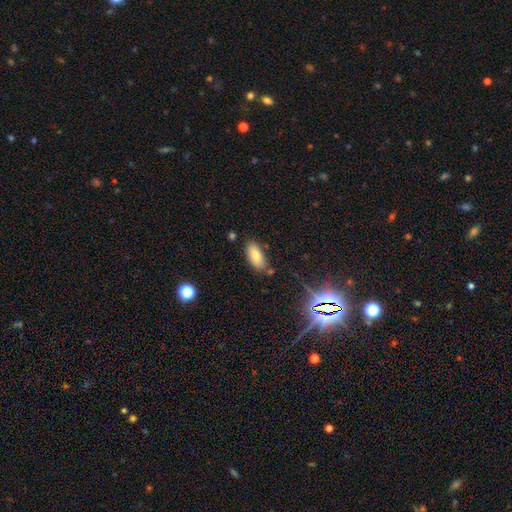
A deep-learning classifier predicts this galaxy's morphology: Smooth or featured? Predicted: smooth (p=0.80). How rounded? Predicted: in between (p=0.90). Merging? Predicted: none (p=0.79).